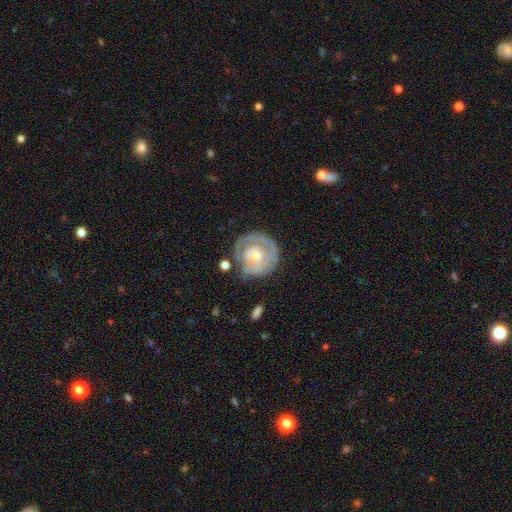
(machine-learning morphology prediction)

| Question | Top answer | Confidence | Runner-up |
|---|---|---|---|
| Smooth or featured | featured or disk | 62% | smooth (32%) |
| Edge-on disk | no | 97% | yes (3%) |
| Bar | no | 81% | weak (16%) |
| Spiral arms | yes | 58% | no (42%) |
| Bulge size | moderate | 47% | small (41%) |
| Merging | none | 62% | minor disturbance (22%) |